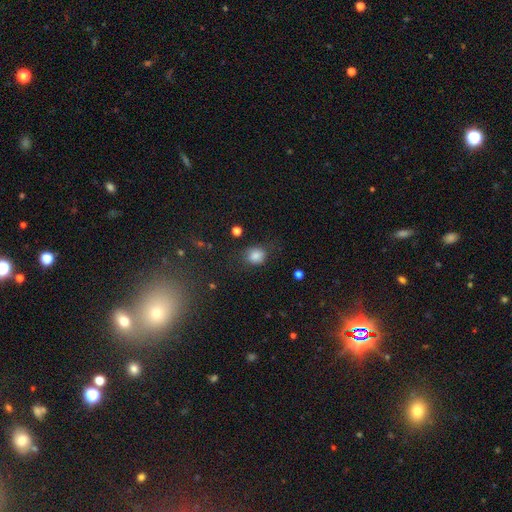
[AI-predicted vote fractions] Smooth or featured? Predicted: smooth (p=0.81). How rounded? Predicted: round (p=0.58). Merging? Predicted: none (p=0.63).